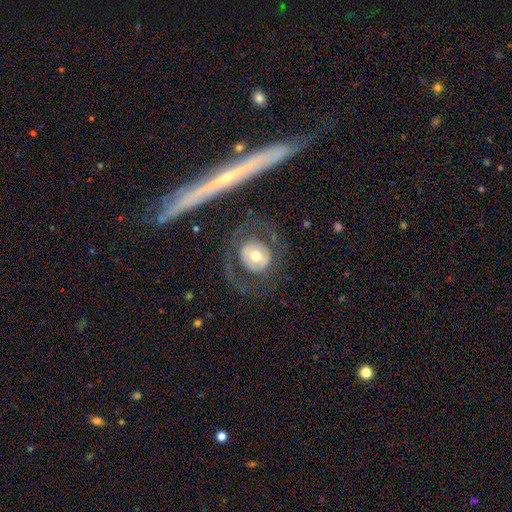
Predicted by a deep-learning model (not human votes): Smooth or featured: featured or disk — 53% (smooth — 40%)
Edge-on disk: no — 93% (yes — 7%)
Merging: none — 66% (major disturbance — 17%)